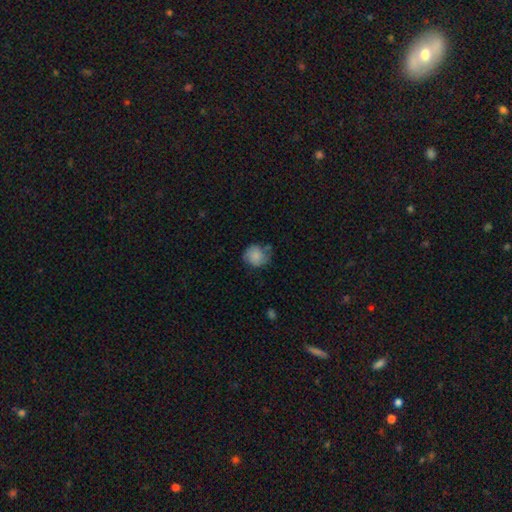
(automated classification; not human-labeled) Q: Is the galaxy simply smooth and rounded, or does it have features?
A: smooth — 74%.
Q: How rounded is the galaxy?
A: round — 83%.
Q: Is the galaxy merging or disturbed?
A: none — 58%.